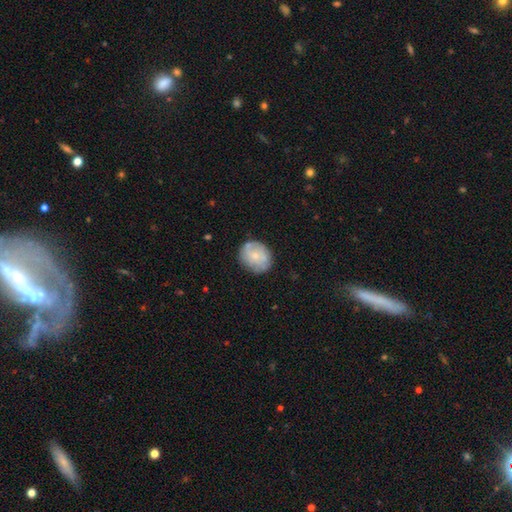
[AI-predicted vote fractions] Overall: smooth (60%; featured or disk 33%). How rounded: round (67%; in between 32%). Merging: none (76%).